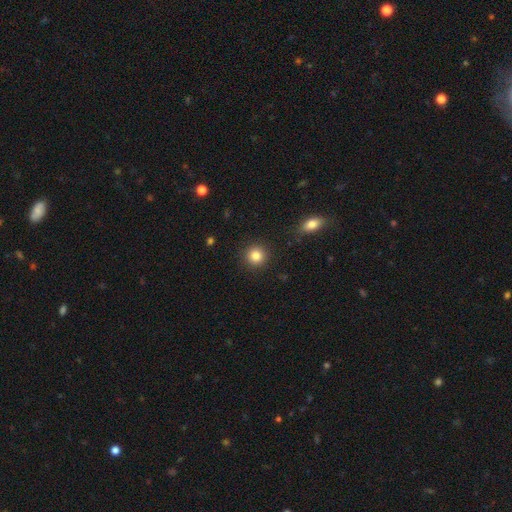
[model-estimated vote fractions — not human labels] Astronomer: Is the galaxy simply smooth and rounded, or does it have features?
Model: smooth — 84%.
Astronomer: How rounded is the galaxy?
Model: round — 93%.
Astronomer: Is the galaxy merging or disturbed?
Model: none — 91%.